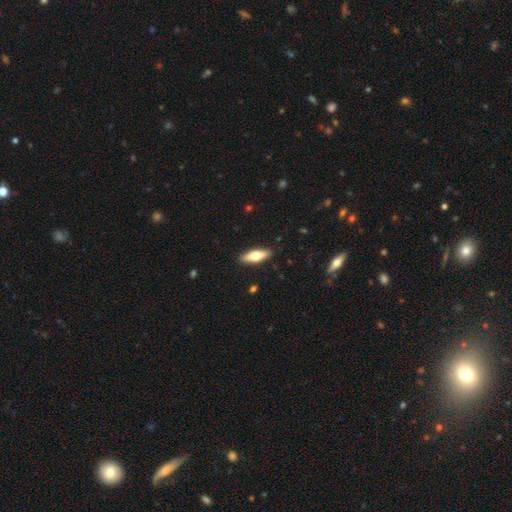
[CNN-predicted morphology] A smooth galaxy with no disk features (54%) that is in between round and cigar-shaped (50%). Merging: none (90%).